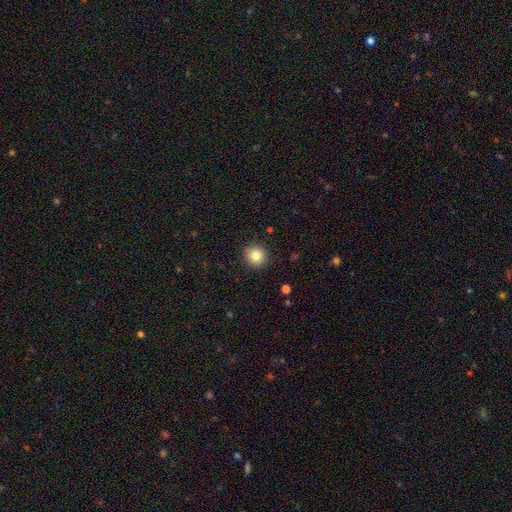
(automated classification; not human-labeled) A smooth galaxy with no disk features (82%) that is round (94%).

Vote fractions:
- Smooth or featured? smooth: 82% / star or artifact: 10% / featured or disk: 7%
- How rounded? round: 94% / in between: 6% / cigar-shaped: 1%
- Merging? none: 90% / minor disturbance: 7% / major disturbance: 2% / merger: 1%